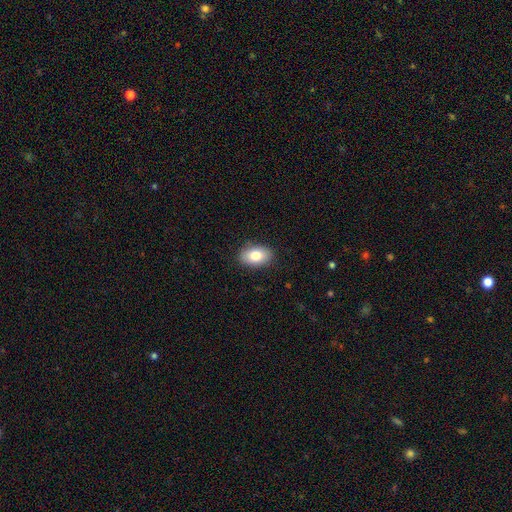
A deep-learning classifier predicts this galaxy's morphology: type=smooth (81%); roundness=in between (88%); merging=none (87%).